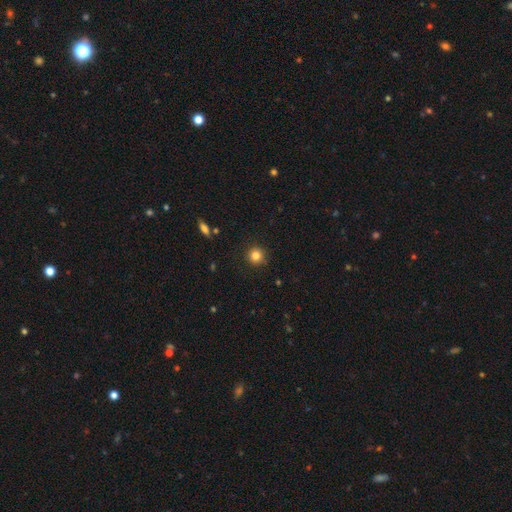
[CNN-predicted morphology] Smooth or featured? Predicted: smooth (p=0.83). How rounded? Predicted: round (p=0.94). Merging? Predicted: none (p=0.90).